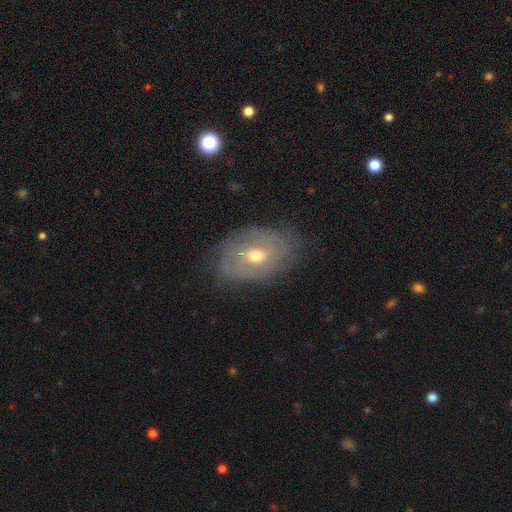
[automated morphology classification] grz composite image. It shows a featured or disk galaxy (69%) with no bar (57%), spiral arms (71%) and a moderate central bulge (63%). Merging: none (69%).